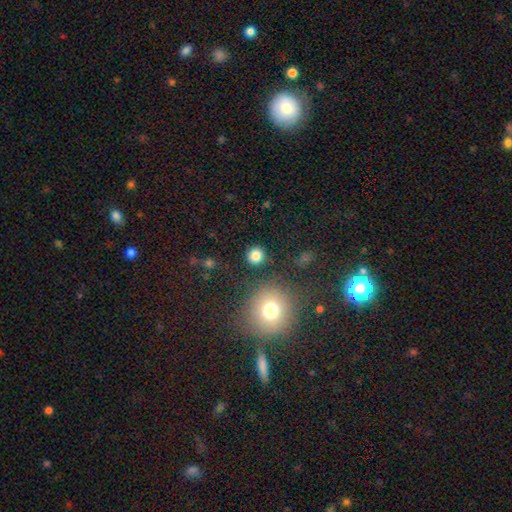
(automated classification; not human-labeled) This is clearly a smooth galaxy (83%). How rounded: clearly round (92%). Merging: clearly none (88%).